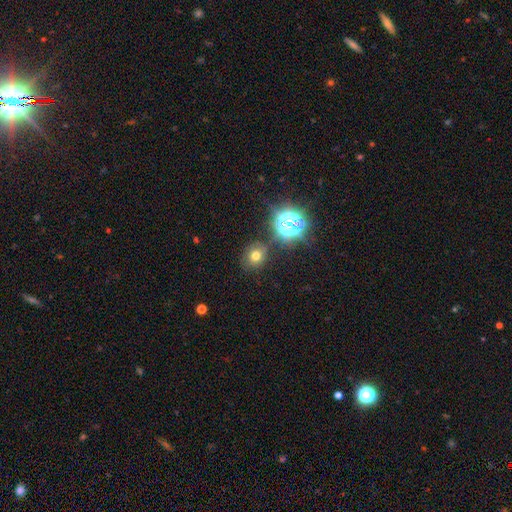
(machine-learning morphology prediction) type=smooth (63%); roundness=round (79%); merging=none (80%).